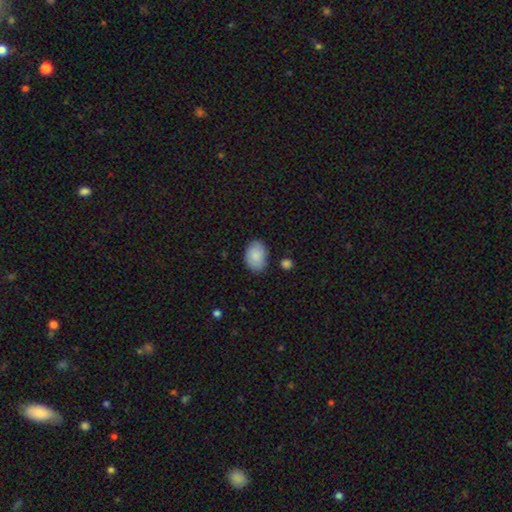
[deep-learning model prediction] smooth_or_featured: smooth (p=0.88) [alt: star or artifact p=0.06]
how_rounded: in between (p=0.85) [alt: round p=0.14]
merging: none (p=0.81) [alt: minor disturbance p=0.13]